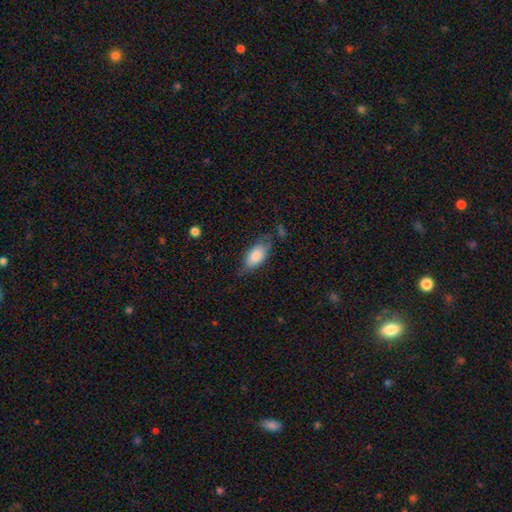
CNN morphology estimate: smooth-or-featured: smooth: 79% | featured or disk: 15% | star or artifact: 6%
  how-rounded: in between: 90% | cigar-shaped: 6% | round: 4%
  merging: none: 58% | minor disturbance: 30% | major disturbance: 10% | merger: 3%